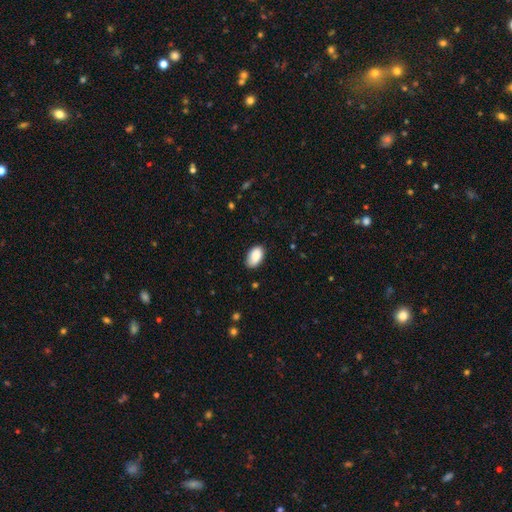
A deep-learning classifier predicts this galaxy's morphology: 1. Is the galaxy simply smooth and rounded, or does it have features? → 88% smooth, 7% star or artifact, 5% featured or disk.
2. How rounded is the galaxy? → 94% in between, 5% round, 1% cigar-shaped.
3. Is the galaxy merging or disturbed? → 80% none, 16% minor disturbance, 3% major disturbance, 1% merger.